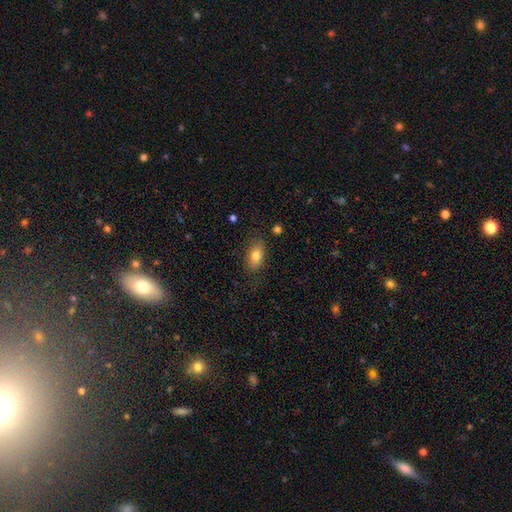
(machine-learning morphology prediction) type=smooth (78%); roundness=in between (88%); merging=none (81%).